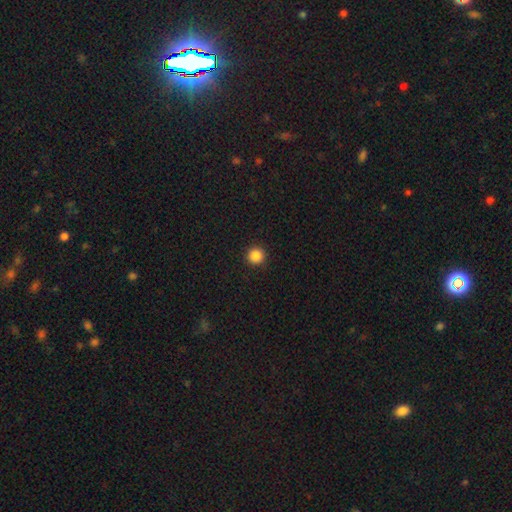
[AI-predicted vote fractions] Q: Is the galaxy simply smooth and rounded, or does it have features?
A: smooth — 87%.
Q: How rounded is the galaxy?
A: round — 95%.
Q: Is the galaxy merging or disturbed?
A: none — 93%.